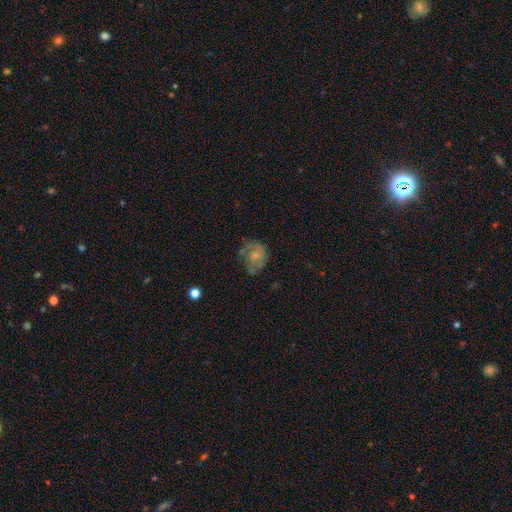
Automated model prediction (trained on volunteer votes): featured or disk 49%, smooth 41%, star or artifact 10%. Down the decision tree: merging — none (47%).